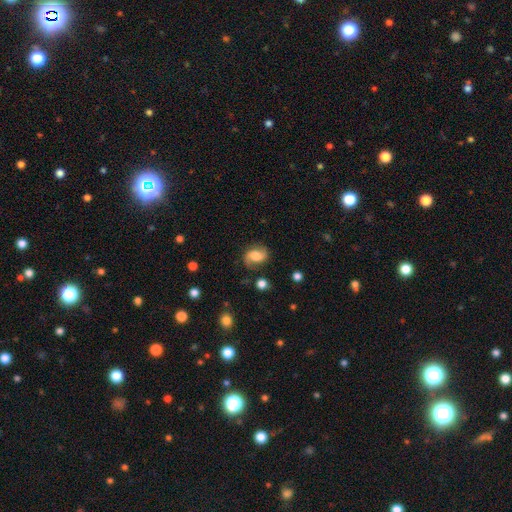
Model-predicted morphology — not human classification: The model was most divided on "spiral winding": loose: 46%, medium: 40%, tight: 14%. Remaining: edge-on disk — no (97%); spiral arms — yes (92%); spiral arm count — 2 (89%); merging — none (73%); smooth or featured — featured or disk (59%); bar — no (50%); bulge size — moderate (38%).